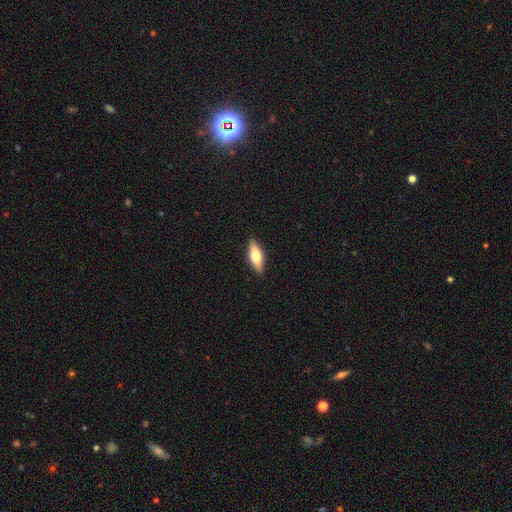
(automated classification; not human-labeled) Morphology: type=smooth (59%); roundness=in between (57%); merging=none (89%).